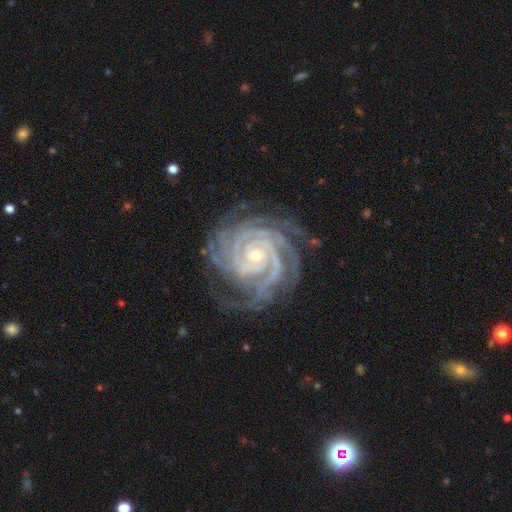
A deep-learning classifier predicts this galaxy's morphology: A featured or disk galaxy (93%) with no bar (66%), 4 (29%) tight (84%) spiral arms (99%) and a small central bulge (65%). Merging: none (76%).